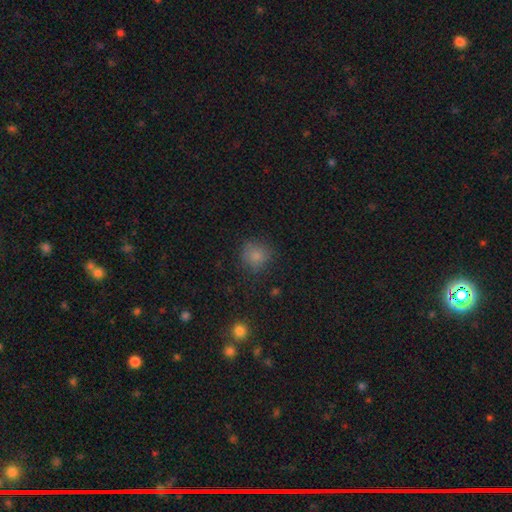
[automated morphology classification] Smooth or featured? smooth (81%)
How rounded? round (86%)
Merging? none (75%)